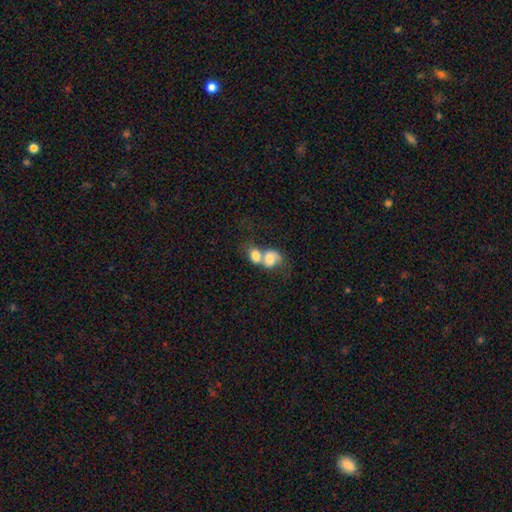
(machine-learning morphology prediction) This is likely a smooth galaxy (68%). How rounded: possibly in between (51%). Merging: likely merger (79%).